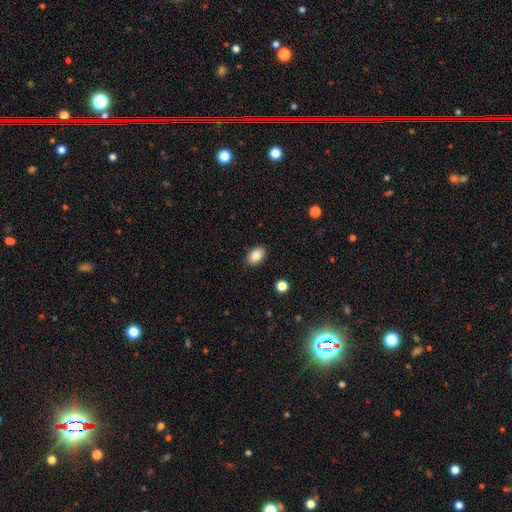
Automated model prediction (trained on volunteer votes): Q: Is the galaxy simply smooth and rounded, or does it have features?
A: smooth — 86%.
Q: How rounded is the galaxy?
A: in between — 86%.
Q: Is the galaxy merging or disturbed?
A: none — 89%.